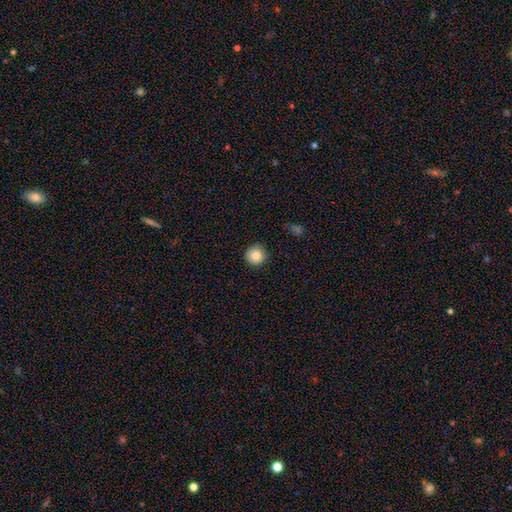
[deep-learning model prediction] smooth 86%, star or artifact 10%, featured or disk 4%. Down the decision tree: how rounded — round (95%); merging — none (88%).